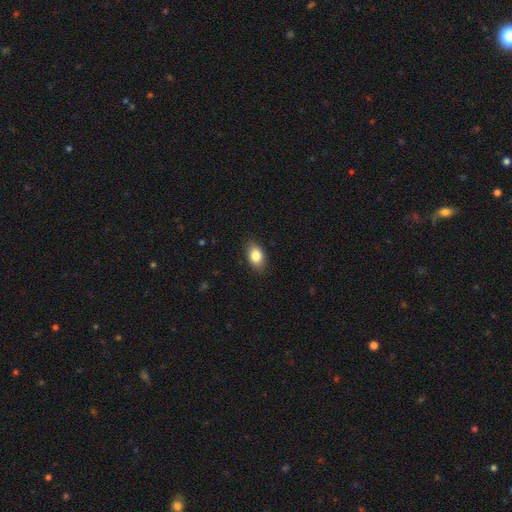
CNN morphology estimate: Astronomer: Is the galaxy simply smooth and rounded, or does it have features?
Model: smooth — 83%.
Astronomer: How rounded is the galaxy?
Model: in between — 88%.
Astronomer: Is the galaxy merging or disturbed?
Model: none — 85%.